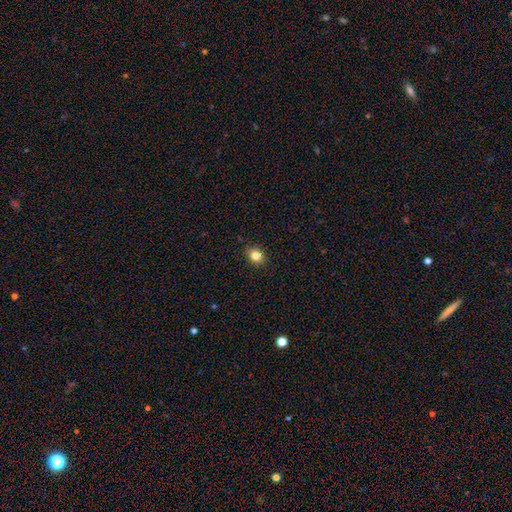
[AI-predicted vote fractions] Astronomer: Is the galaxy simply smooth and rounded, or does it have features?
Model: smooth — 83%.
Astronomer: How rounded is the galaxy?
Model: round — 59% (runner-up: in between, 40%).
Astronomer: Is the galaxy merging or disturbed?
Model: none — 90%.